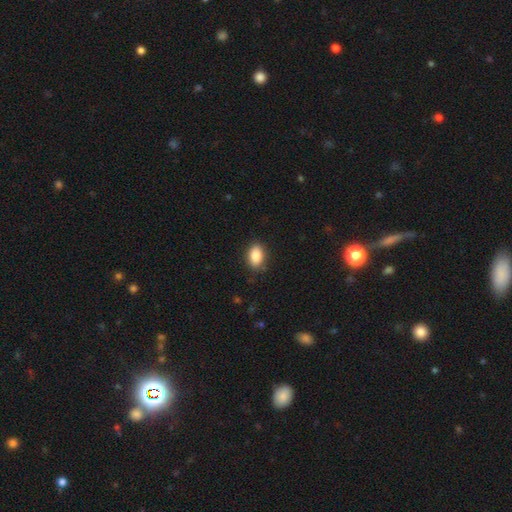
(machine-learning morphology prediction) Smooth or featured? smooth (88%)
How rounded? in between (89%)
Merging? none (85%)